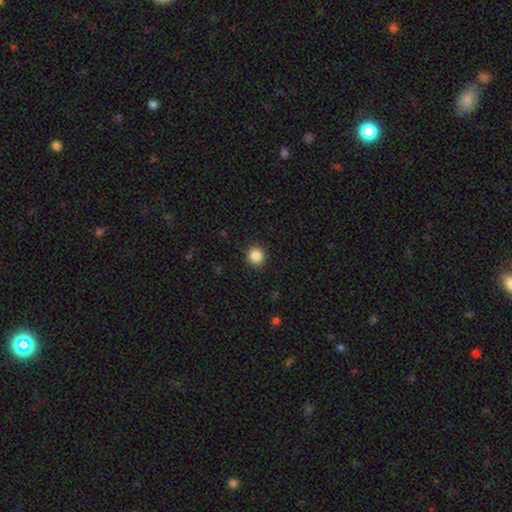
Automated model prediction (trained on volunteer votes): Overall: smooth (86%). How rounded: round (92%). Merging: none (91%).